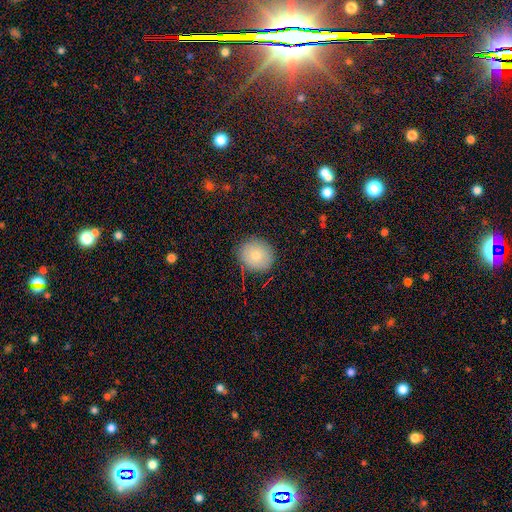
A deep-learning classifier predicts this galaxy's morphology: smooth_or_featured: smooth (p=0.78) [alt: featured or disk p=0.14]
how_rounded: round (p=0.80) [alt: in between p=0.19]
merging: none (p=0.84) [alt: minor disturbance p=0.12]